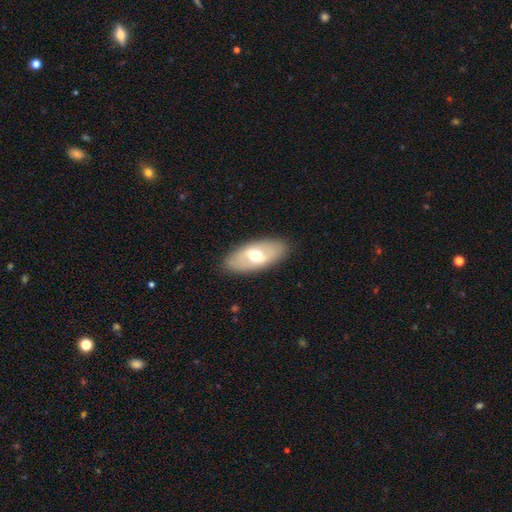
A featured or disk galaxy (62%) with a strong bar (38%, tied with no), no spiral arms (71%) and a moderate central bulge (71%).

Vote fractions:
- Smooth or featured? featured or disk: 62% / smooth: 35% / star or artifact: 2%
- Edge-on disk? no: 84% / yes: 16%
- Bar? strong: 38% (tied) / no: 38% (tied) / weak: 24%
- Spiral arms? no: 71% / yes: 29%
- Bulge size? moderate: 71% / large: 19% / small: 10% / dominant: 0% / none: 0%
- Merging? none: 77% / minor disturbance: 15% / major disturbance: 8% / merger: 0%